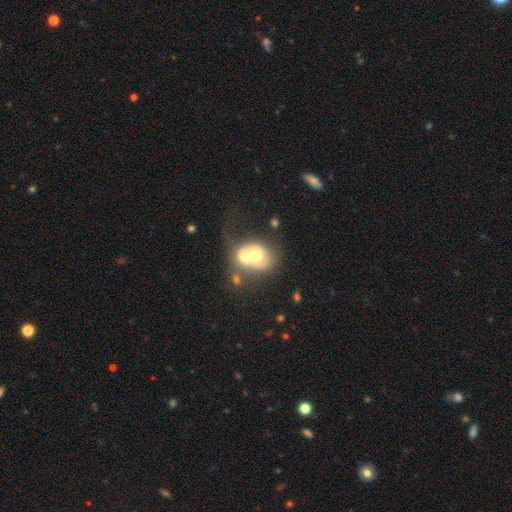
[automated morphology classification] smooth 48%, featured or disk 44%, star or artifact 8%. Down the decision tree: merging — merger (67%).